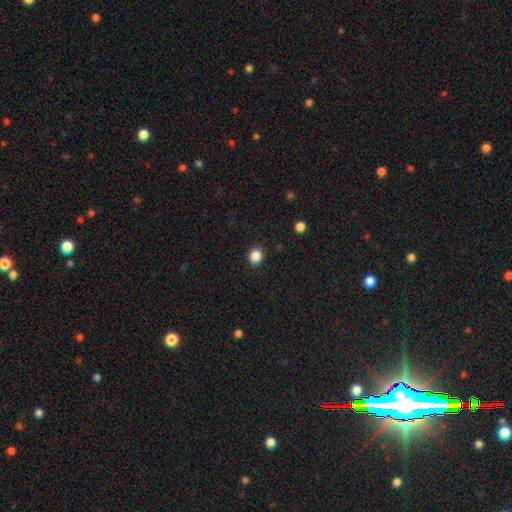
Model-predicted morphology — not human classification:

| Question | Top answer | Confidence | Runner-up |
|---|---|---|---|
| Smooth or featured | smooth | 86% | star or artifact (11%) |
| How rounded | round | 88% | in between (11%) |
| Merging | none | 91% | minor disturbance (6%) |